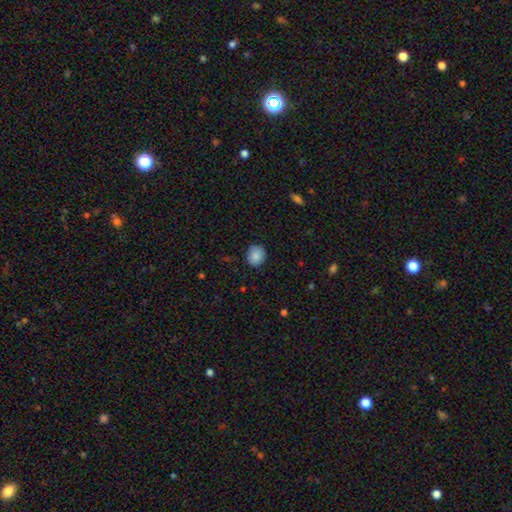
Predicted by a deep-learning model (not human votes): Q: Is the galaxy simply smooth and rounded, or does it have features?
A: smooth — 87%.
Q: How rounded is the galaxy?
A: round — 67%.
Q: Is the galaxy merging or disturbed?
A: none — 83%.